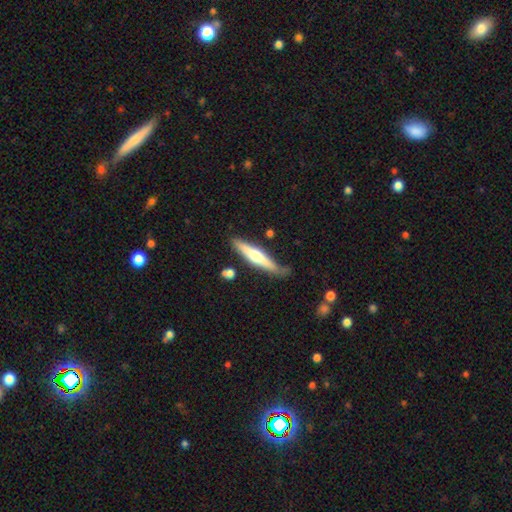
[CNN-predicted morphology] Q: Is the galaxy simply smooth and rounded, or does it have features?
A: featured or disk — 53%.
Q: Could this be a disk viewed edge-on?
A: yes — 94%.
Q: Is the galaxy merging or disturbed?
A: none — 70%.